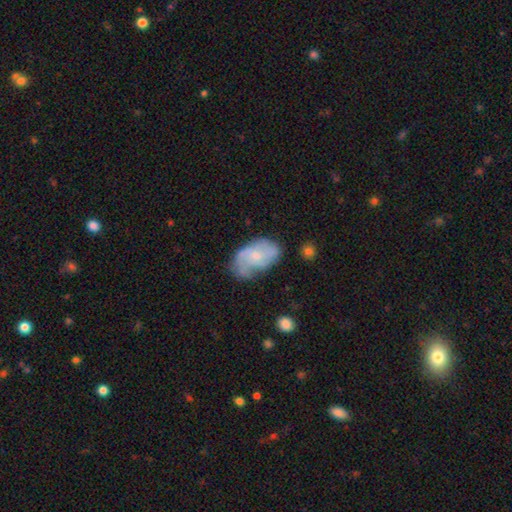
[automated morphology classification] featured or disk 57%, smooth 36%, star or artifact 7%. Down the decision tree: edge-on disk — no (96%); bar — no (78%); spiral arms — yes (73%); bulge size — small (68%); merging — none (46%).